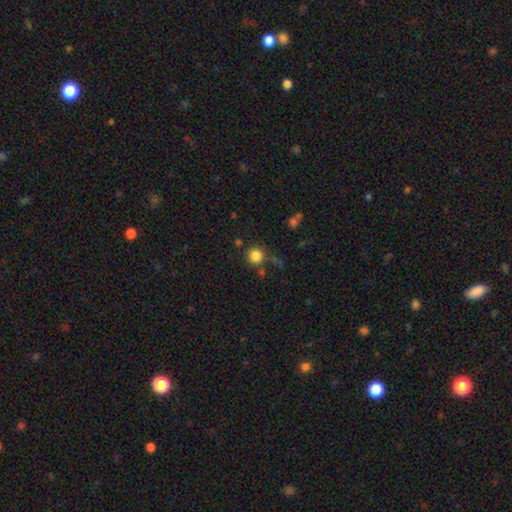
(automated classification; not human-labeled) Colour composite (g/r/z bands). It shows a smooth galaxy with no disk features (84%) that is round (94%). Merging: none (79%).